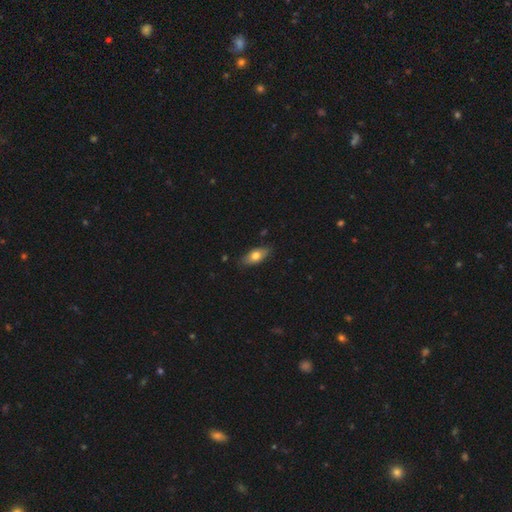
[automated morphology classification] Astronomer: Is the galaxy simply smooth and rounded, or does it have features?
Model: smooth — 72%.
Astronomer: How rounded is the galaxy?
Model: in between — 85%.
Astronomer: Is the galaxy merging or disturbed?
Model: none — 83%.